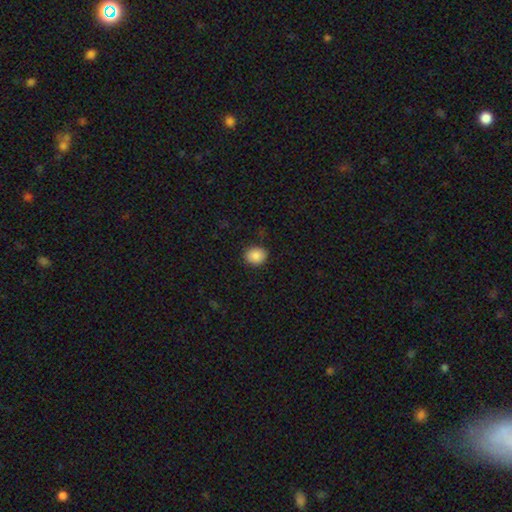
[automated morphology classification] type=smooth (87%); roundness=round (73%); merging=none (85%).